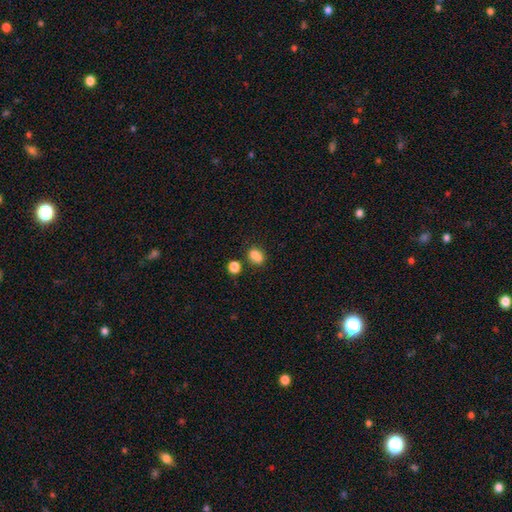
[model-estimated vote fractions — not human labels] smooth-or-featured: smooth: 79% | star or artifact: 12% | featured or disk: 9%
  how-rounded: in between: 51% | round: 48% | cigar-shaped: 1%
  merging: none: 47% | merger: 33% | minor disturbance: 14% | major disturbance: 5%